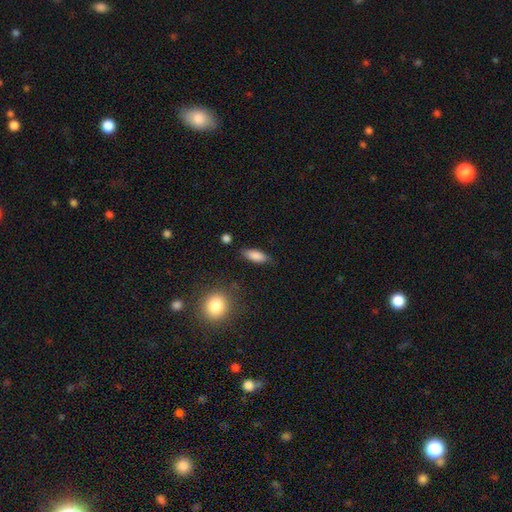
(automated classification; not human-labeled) Smooth or featured?
  - smooth: 83% *
  - featured or disk: 9%
  - star or artifact: 7%
How rounded?
  - in between: 73% *
  - cigar-shaped: 24%
  - round: 3%
Merging?
  - none: 79% *
  - minor disturbance: 16%
  - major disturbance: 3%
  - merger: 2%